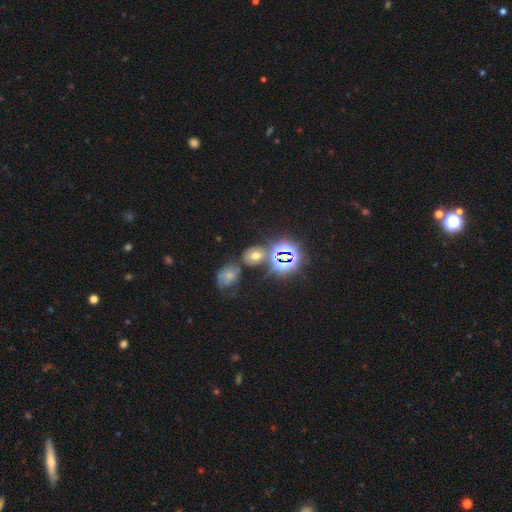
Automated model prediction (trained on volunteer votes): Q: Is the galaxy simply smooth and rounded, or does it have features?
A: smooth — 43%, tied with star or artifact.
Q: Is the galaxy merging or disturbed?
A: none — 61%.